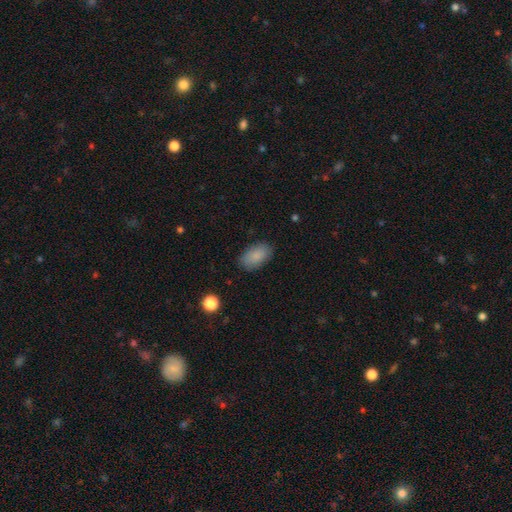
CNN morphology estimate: A smooth galaxy with no disk features (87%) that is in between round and cigar-shaped (93%). Merging: none (84%).